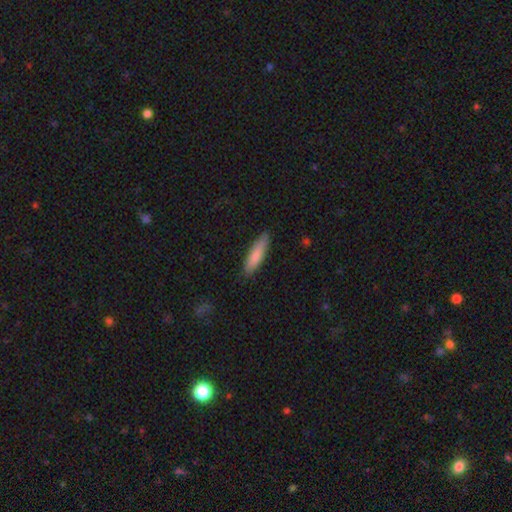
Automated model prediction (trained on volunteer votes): Smooth or featured?
  - smooth: 82% *
  - featured or disk: 12%
  - star or artifact: 6%
How rounded?
  - cigar-shaped: 75% *
  - in between: 24%
  - round: 1%
Merging?
  - none: 85% *
  - minor disturbance: 12%
  - major disturbance: 2%
  - merger: 1%